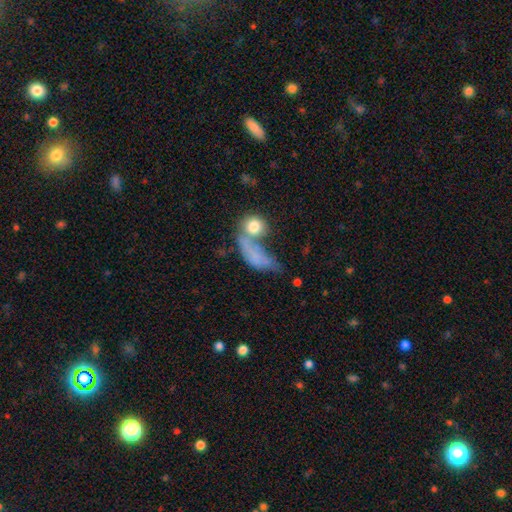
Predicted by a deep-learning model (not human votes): Smooth or featured? smooth (63%)
How rounded? in between (60%)
Merging? merger (35%)